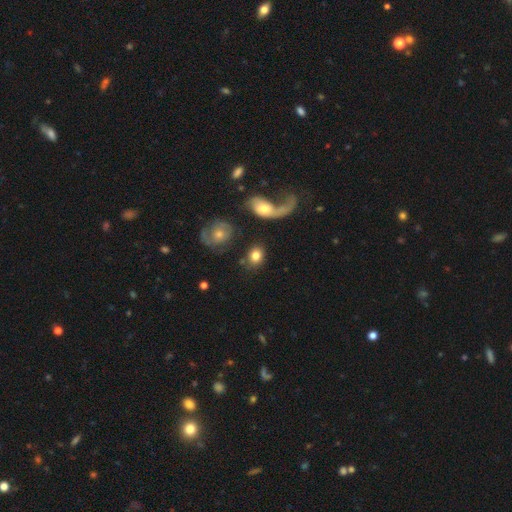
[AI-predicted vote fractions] Smooth or featured? smooth (77%)
How rounded? round (52%)
Merging? none (64%)